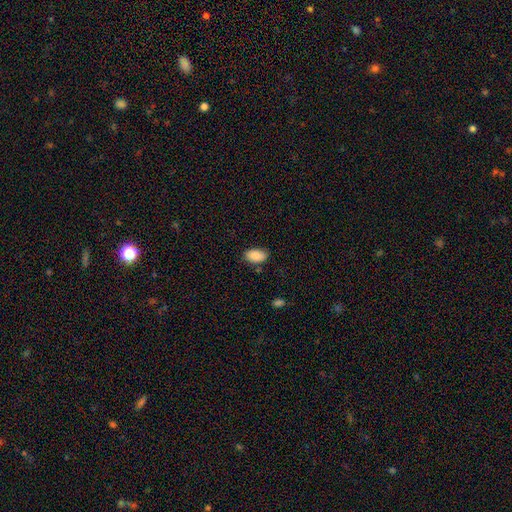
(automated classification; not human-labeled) smooth-or-featured: smooth: 89% | star or artifact: 7% | featured or disk: 4%
  how-rounded: in between: 93% | round: 5% | cigar-shaped: 2%
  merging: none: 80% | minor disturbance: 15% | major disturbance: 3% | merger: 2%